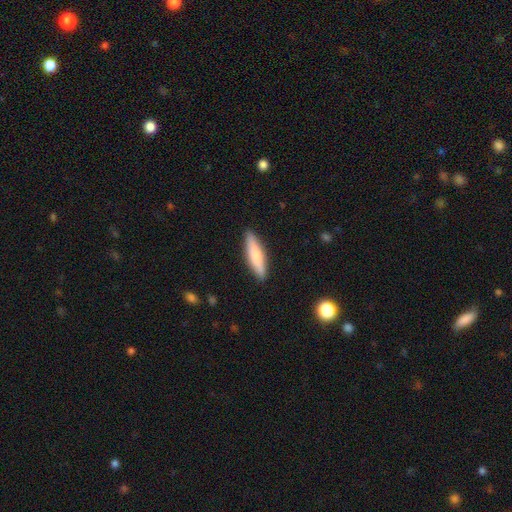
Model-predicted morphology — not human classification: Smooth or featured: smooth — 72% (featured or disk — 22%)
How rounded: cigar-shaped — 72% (in between — 27%)
Merging: none — 89% (minor disturbance — 8%)